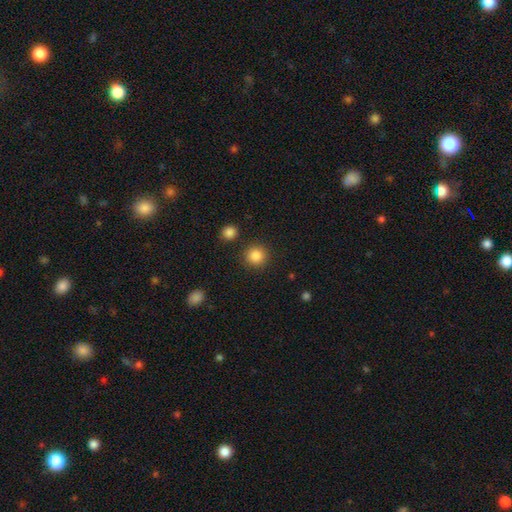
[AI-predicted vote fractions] Overall: smooth (86%). How rounded: round (93%). Merging: none (89%).